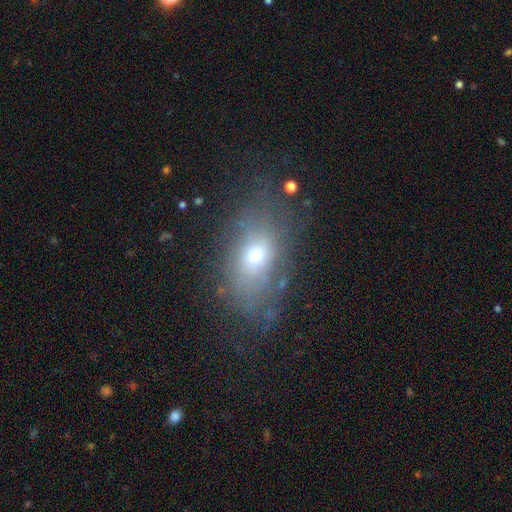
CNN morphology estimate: This is possibly a smooth galaxy (57%). How rounded: clearly in between (80%). Merging: likely none (63%).